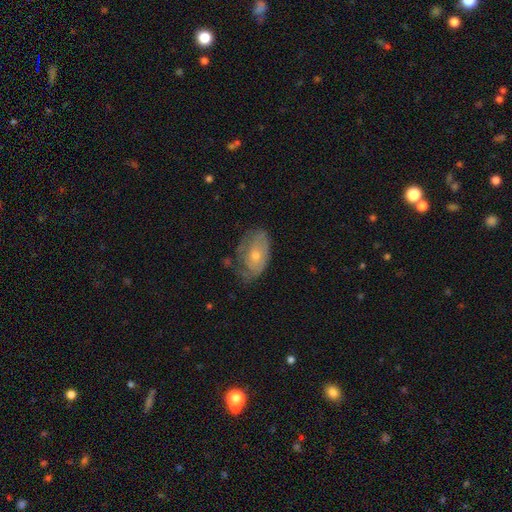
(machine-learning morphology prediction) Overall: featured or disk (54%; smooth 38%). Edge-on disk: no (92%). Merging: none (52%; minor disturbance 32%).